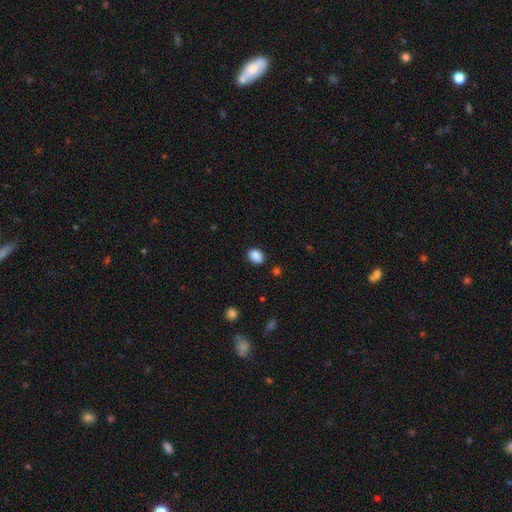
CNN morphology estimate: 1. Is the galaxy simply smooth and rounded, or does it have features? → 88% smooth, 9% star or artifact, 3% featured or disk.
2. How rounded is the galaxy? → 67% in between, 32% round, 1% cigar-shaped.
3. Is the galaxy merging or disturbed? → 86% none, 10% minor disturbance, 2% major disturbance, 1% merger.